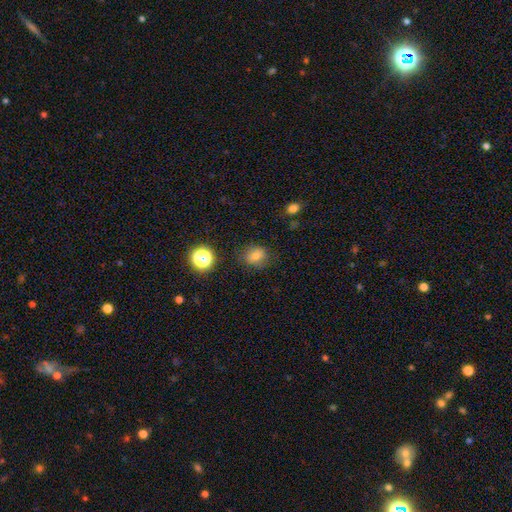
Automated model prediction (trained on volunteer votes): Smooth or featured?
  - smooth: 73% *
  - star or artifact: 16%
  - featured or disk: 11%
How rounded?
  - round: 70% *
  - in between: 29%
  - cigar-shaped: 1%
Merging?
  - none: 77% *
  - minor disturbance: 16%
  - major disturbance: 5%
  - merger: 2%